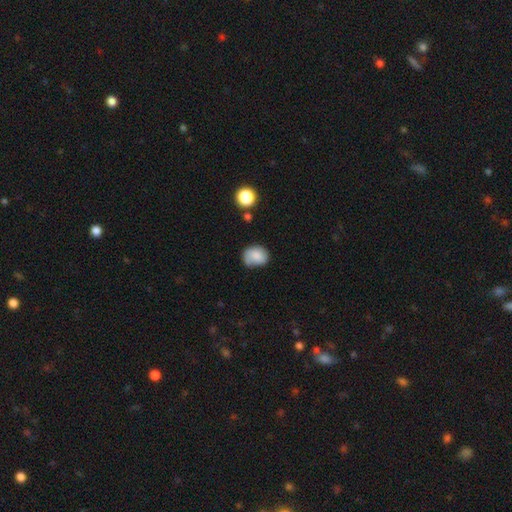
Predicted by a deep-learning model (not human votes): A smooth galaxy with no disk features (78%) that is round (55%).

Vote fractions:
- Smooth or featured? smooth: 78% / featured or disk: 13% / star or artifact: 9%
- How rounded? round: 55% / in between: 44% / cigar-shaped: 1%
- Merging? none: 52% / minor disturbance: 33% / major disturbance: 11% / merger: 4%